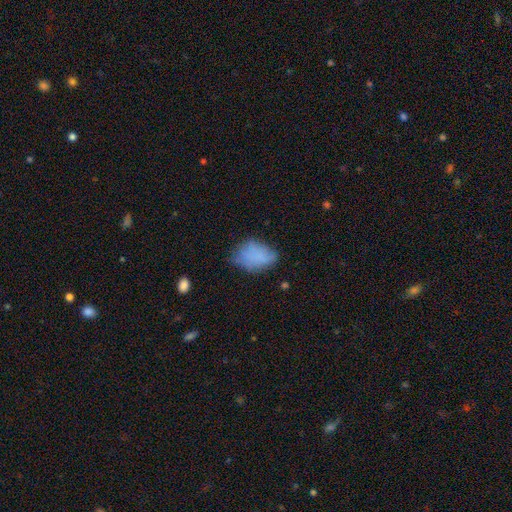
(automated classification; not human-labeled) Q: Smooth or featured?
A: smooth (76%); runner-up: featured or disk (14%)
Q: How rounded?
A: in between (84%); runner-up: round (14%)
Q: Merging?
A: none (46%); runner-up: minor disturbance (37%)